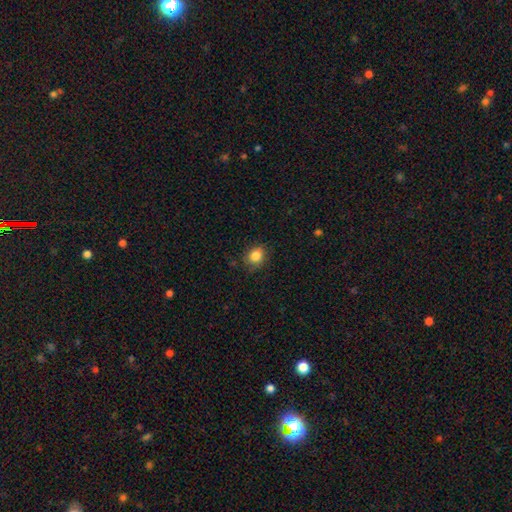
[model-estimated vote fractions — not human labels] Smooth or featured?
  - smooth: 85% *
  - star or artifact: 10%
  - featured or disk: 5%
How rounded?
  - round: 63% *
  - in between: 36%
  - cigar-shaped: 1%
Merging?
  - none: 80% *
  - minor disturbance: 16%
  - major disturbance: 3%
  - merger: 1%